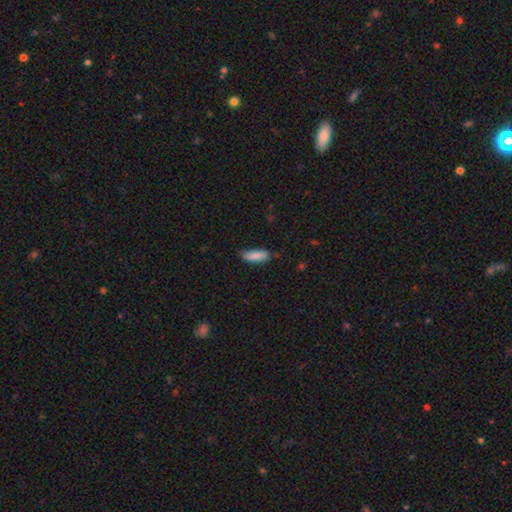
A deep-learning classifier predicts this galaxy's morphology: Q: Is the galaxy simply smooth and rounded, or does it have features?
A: smooth — 84%.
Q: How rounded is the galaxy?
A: in between — 62%.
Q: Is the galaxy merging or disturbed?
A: none — 76%.